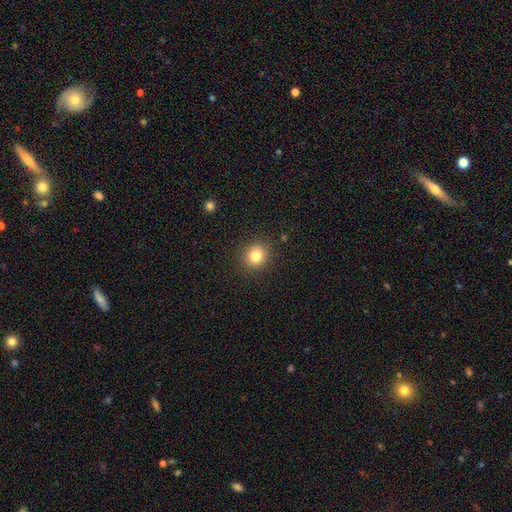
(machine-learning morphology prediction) Smooth or featured: smooth — 82% (star or artifact — 12%)
How rounded: round — 84% (in between — 16%)
Merging: none — 90% (minor disturbance — 7%)